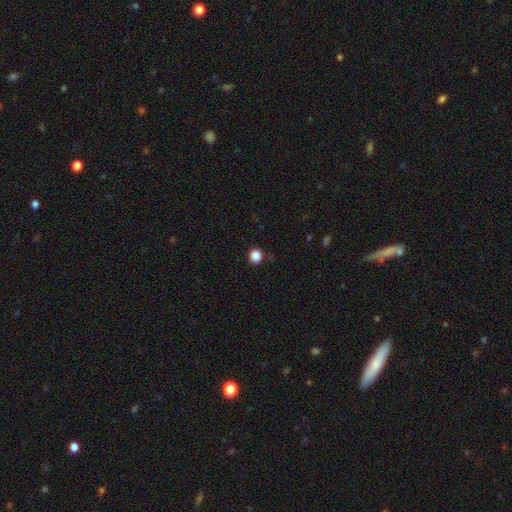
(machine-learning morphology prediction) Overall: smooth (86%). How rounded: round (84%). Merging: none (89%).